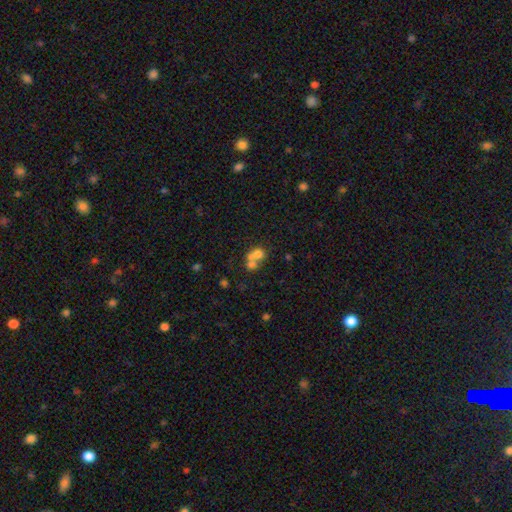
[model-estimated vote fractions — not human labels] Smooth or featured? Predicted: smooth (p=0.63). How rounded? Predicted: round (p=0.63). Merging? Predicted: merger (p=0.64).